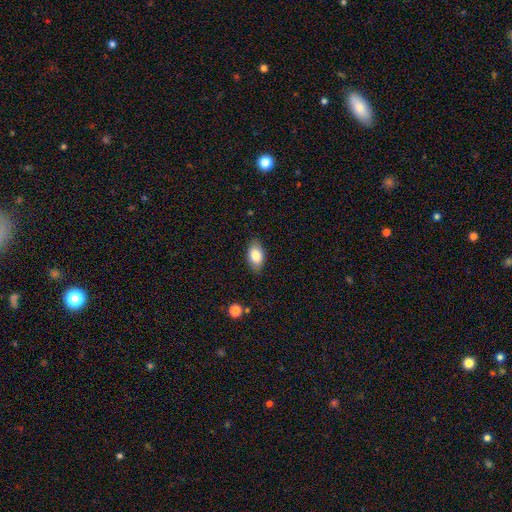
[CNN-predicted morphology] A smooth galaxy with no disk features (83%) that is in between round and cigar-shaped (92%). Merging: none (85%).